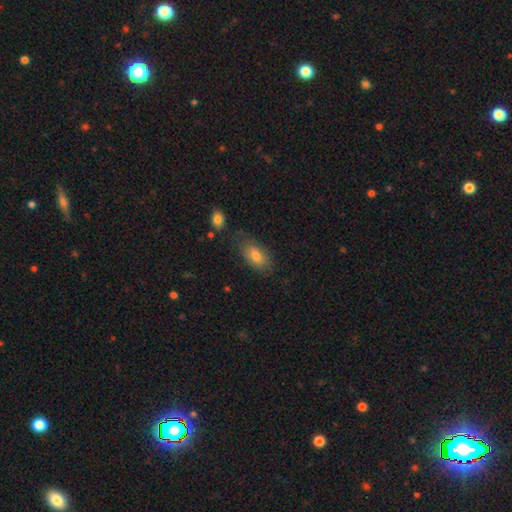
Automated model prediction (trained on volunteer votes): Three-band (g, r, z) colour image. It shows a smooth galaxy with no disk features (77%) that is in between round and cigar-shaped (90%). Merging: none (73%).